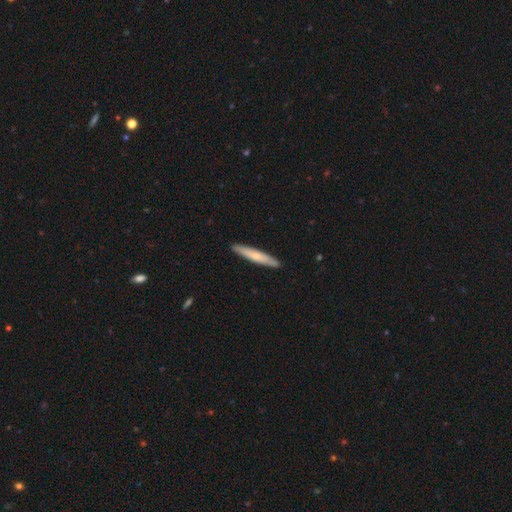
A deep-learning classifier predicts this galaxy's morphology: This is likely a smooth galaxy (62%). How rounded: clearly cigar-shaped (94%). Merging: clearly none (91%).